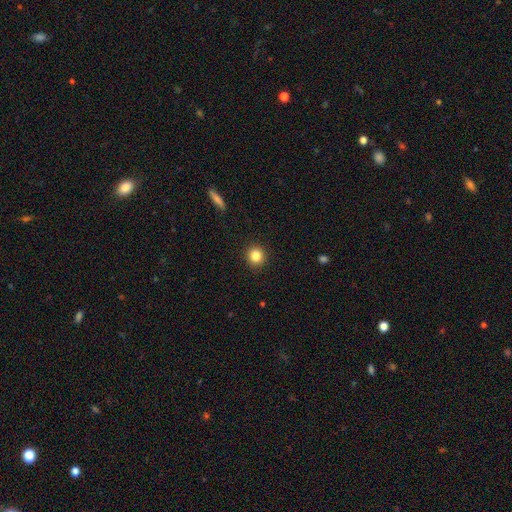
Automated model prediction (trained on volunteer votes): A smooth galaxy with no disk features (84%) that is round (92%). Merging: none (92%).